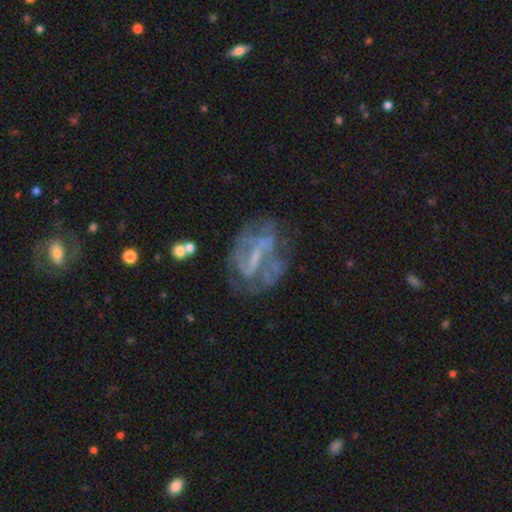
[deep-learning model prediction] featured or disk 75%, smooth 13%, star or artifact 11%. Down the decision tree: edge-on disk — no (95%); bar — strong (44%); spiral arms — yes (64%); bulge size — none (44%); merging — none (55%).